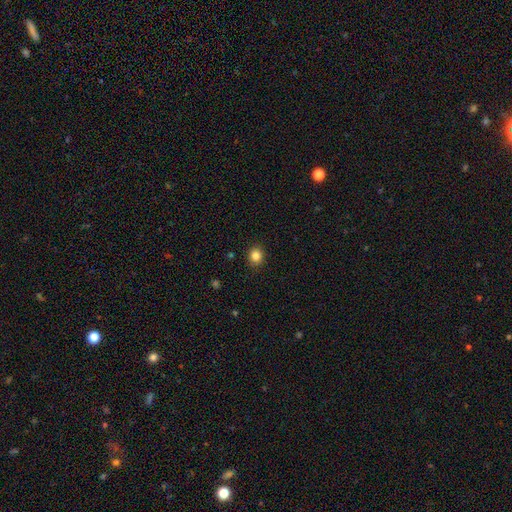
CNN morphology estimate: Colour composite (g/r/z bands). It shows a smooth galaxy with no disk features (84%) that is round (75%). Merging: none (90%).